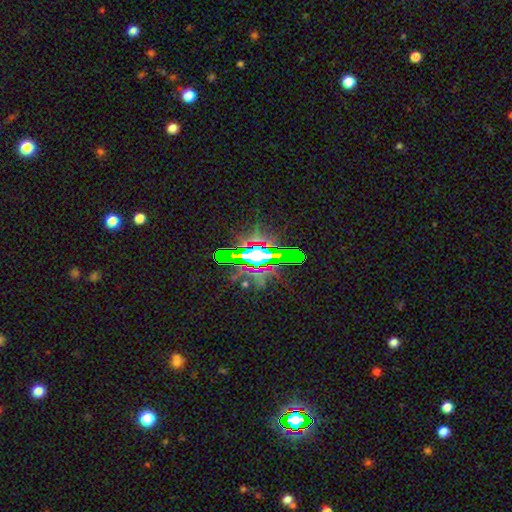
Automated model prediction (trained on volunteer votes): Morphology: type=star or artifact (67%).